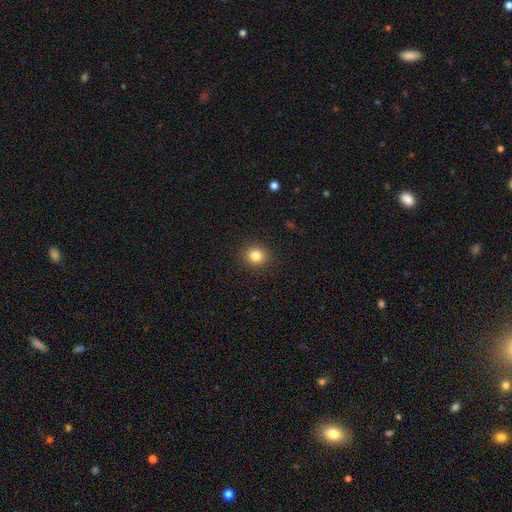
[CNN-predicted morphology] Smooth or featured: smooth — 82% (star or artifact — 12%)
How rounded: round — 90% (in between — 9%)
Merging: none — 91% (minor disturbance — 6%)